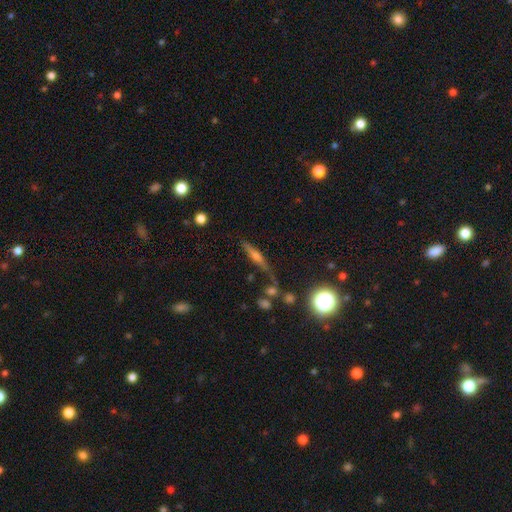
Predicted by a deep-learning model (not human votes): Smooth or featured: featured or disk — 54% (smooth — 32%)
Edge-on disk: yes — 92% (no — 8%)
Merging: none — 70% (minor disturbance — 16%)